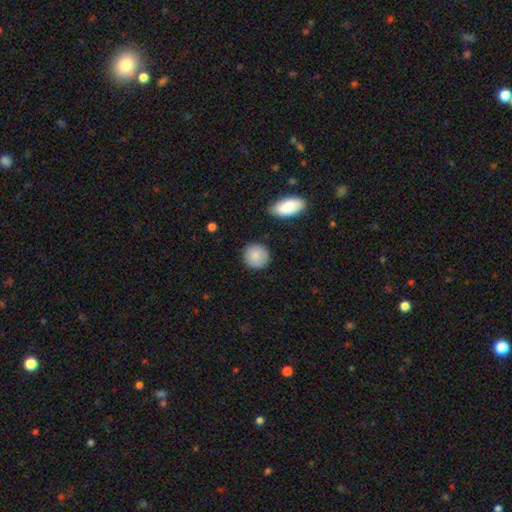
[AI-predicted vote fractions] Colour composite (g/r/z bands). It shows a smooth galaxy with no disk features (84%) that is round (90%). Merging: none (85%).